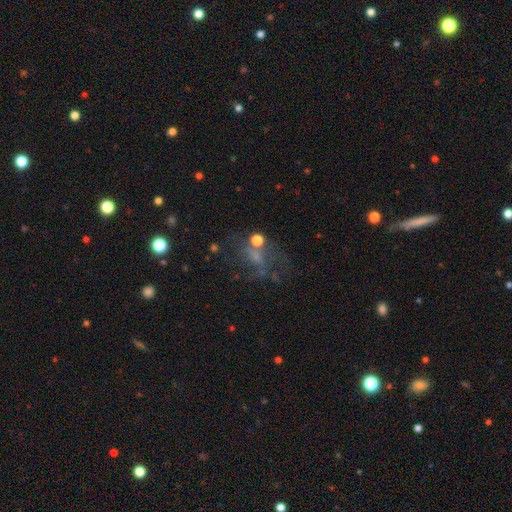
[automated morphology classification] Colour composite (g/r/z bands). It shows a featured or disk galaxy (43%). Merging: none (44%).